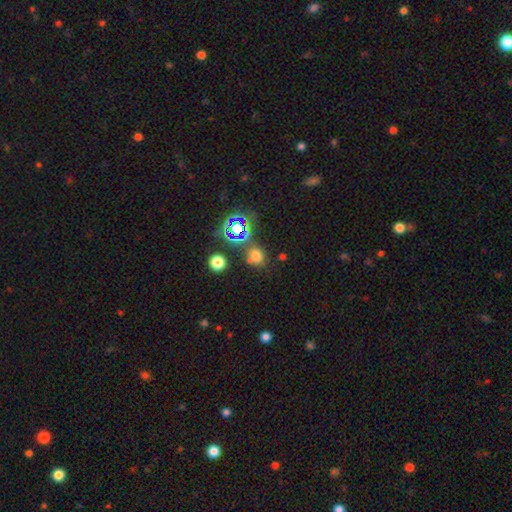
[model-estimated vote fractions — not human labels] Overall: smooth (61%; star or artifact 32%). How rounded: round (70%). Merging: none (70%).